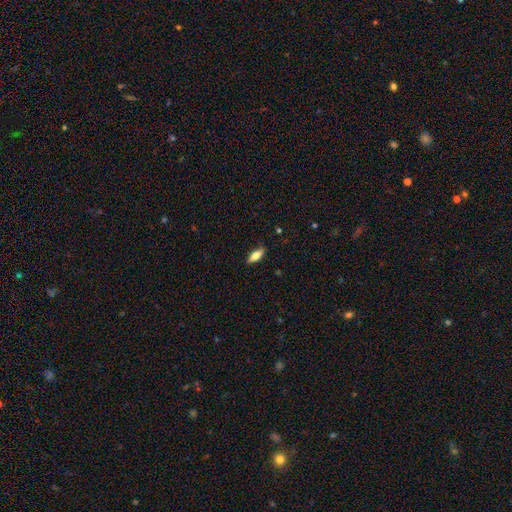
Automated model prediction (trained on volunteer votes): Smooth or featured?
  - smooth: 72% *
  - featured or disk: 21%
  - star or artifact: 7%
How rounded?
  - in between: 68% *
  - cigar-shaped: 29%
  - round: 2%
Merging?
  - none: 86% *
  - minor disturbance: 11%
  - major disturbance: 2%
  - merger: 1%